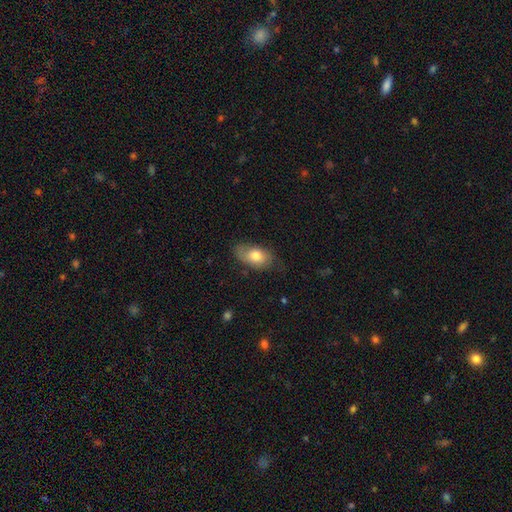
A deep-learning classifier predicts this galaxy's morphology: Q: Smooth or featured?
A: smooth (73%); runner-up: featured or disk (20%)
Q: How rounded?
A: in between (90%); runner-up: round (7%)
Q: Merging?
A: none (65%); runner-up: minor disturbance (26%)